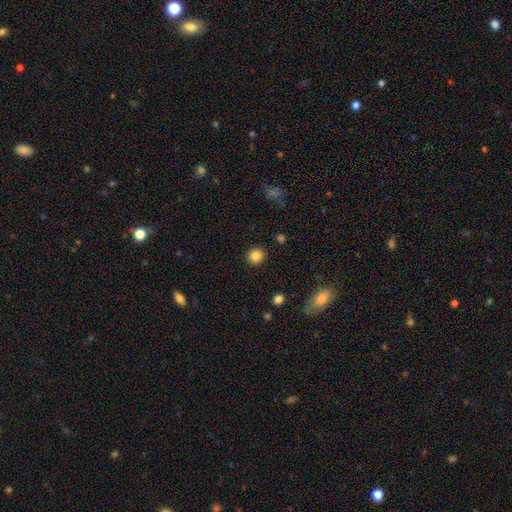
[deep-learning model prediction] Q: Smooth or featured?
A: smooth (85%); runner-up: star or artifact (10%)
Q: How rounded?
A: round (89%); runner-up: in between (10%)
Q: Merging?
A: none (91%); runner-up: minor disturbance (5%)